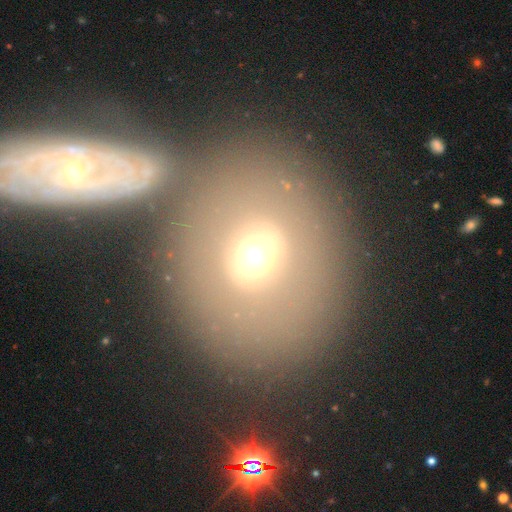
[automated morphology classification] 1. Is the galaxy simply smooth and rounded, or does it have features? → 60% smooth, 27% featured or disk, 13% star or artifact.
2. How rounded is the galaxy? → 69% round, 29% in between, 1% cigar-shaped.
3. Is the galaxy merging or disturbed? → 56% none, 25% merger, 11% minor disturbance, 8% major disturbance.